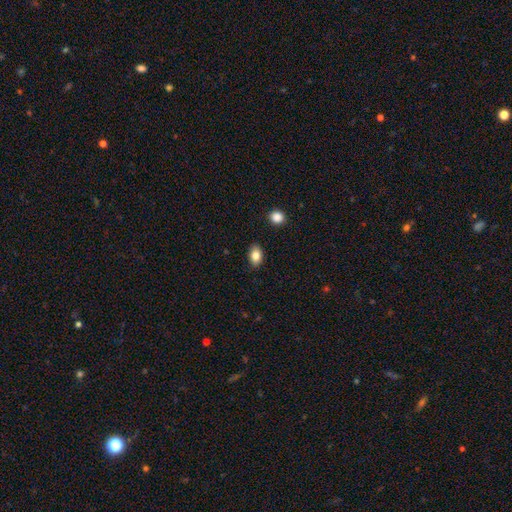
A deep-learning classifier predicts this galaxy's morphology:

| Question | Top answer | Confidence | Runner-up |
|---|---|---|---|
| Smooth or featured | smooth | 83% | featured or disk (9%) |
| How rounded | in between | 85% | round (13%) |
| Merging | none | 87% | minor disturbance (9%) |